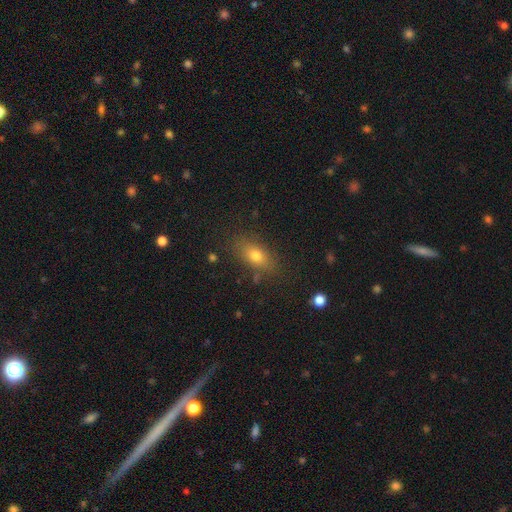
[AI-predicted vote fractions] The model was most divided on "smooth or featured": smooth: 73%, featured or disk: 15%, star or artifact: 12%. More confident: merging — none (81%); how rounded — in between (77%).